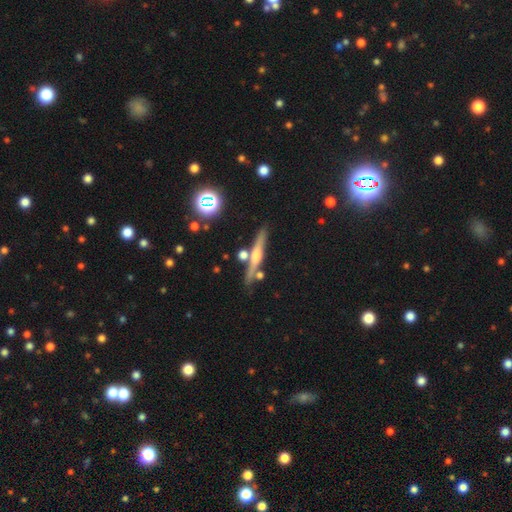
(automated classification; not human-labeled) Smooth or featured?
  - featured or disk: 66% *
  - smooth: 26%
  - star or artifact: 9%
Edge-on disk?
  - yes: 96% *
  - no: 4%
Edge-on bulge?
  - rounded: 85% *
  - boxy: 8%
  - none: 8%
Merging?
  - none: 78% *
  - minor disturbance: 10%
  - merger: 10%
  - major disturbance: 3%